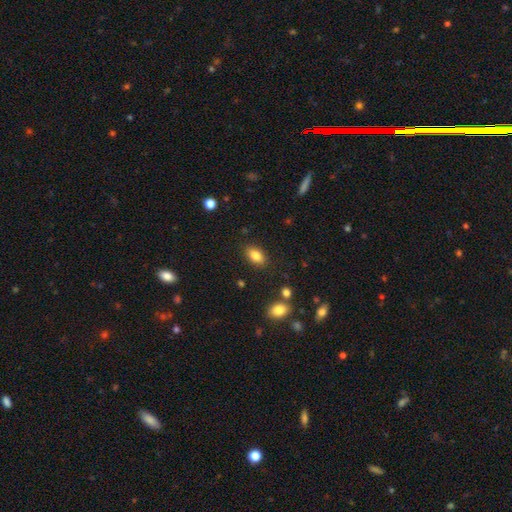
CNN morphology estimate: Overall: smooth (84%). How rounded: in between (88%). Merging: none (86%).